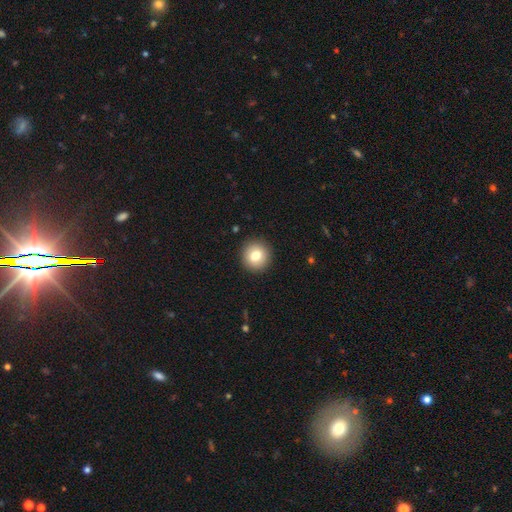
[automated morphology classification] Smooth or featured?
  - smooth: 78% *
  - featured or disk: 12%
  - star or artifact: 9%
How rounded?
  - round: 94% *
  - in between: 6%
  - cigar-shaped: 1%
Merging?
  - none: 92% *
  - minor disturbance: 5%
  - major disturbance: 2%
  - merger: 1%